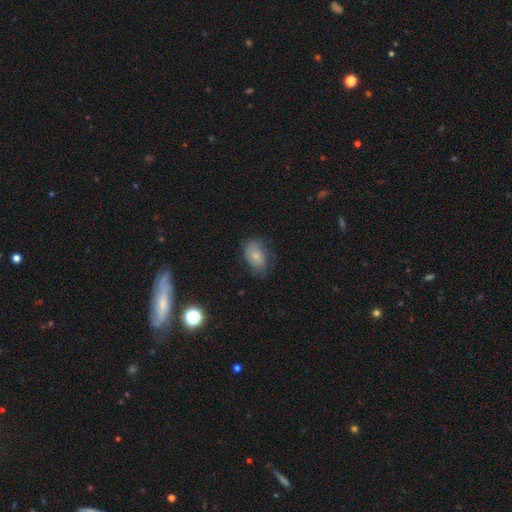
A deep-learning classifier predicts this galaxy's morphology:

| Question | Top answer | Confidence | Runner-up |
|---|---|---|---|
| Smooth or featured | smooth | 71% | featured or disk (20%) |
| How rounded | in between | 85% | round (13%) |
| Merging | none | 59% | minor disturbance (29%) |